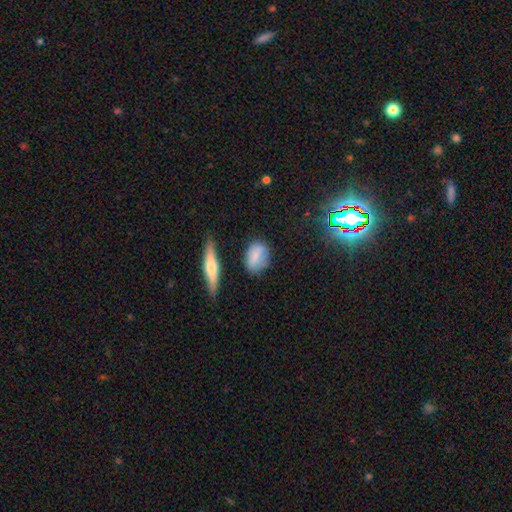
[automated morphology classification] smooth-or-featured: smooth: 76% | featured or disk: 15% | star or artifact: 8%
  how-rounded: in between: 67% | round: 27% | cigar-shaped: 5%
  merging: none: 67% | minor disturbance: 23% | major disturbance: 6% | merger: 4%